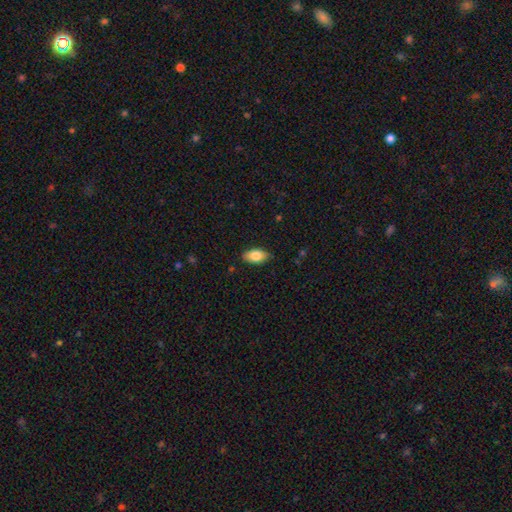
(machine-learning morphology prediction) Smooth or featured?
  - smooth: 80% *
  - featured or disk: 12%
  - star or artifact: 7%
How rounded?
  - in between: 91% *
  - round: 5%
  - cigar-shaped: 4%
Merging?
  - none: 84% *
  - minor disturbance: 13%
  - major disturbance: 2%
  - merger: 1%